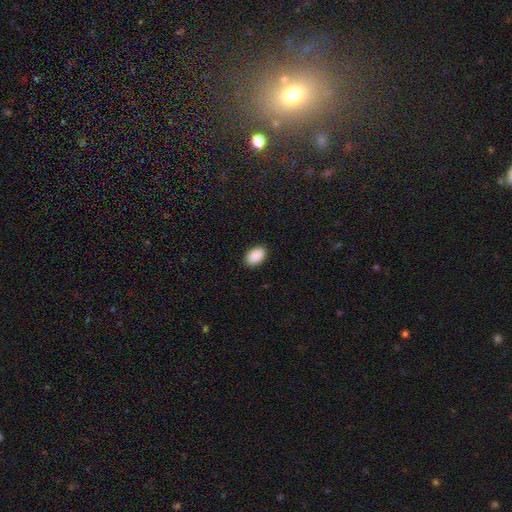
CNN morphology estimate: type=smooth (91%); roundness=in between (92%); merging=none (90%).